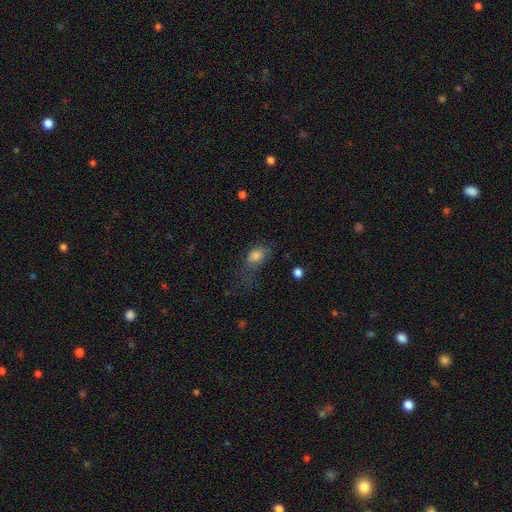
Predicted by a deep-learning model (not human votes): Smooth or featured? Predicted: smooth (p=0.79). How rounded? Predicted: in between (p=0.80). Merging? Predicted: major disturbance (p=0.36).